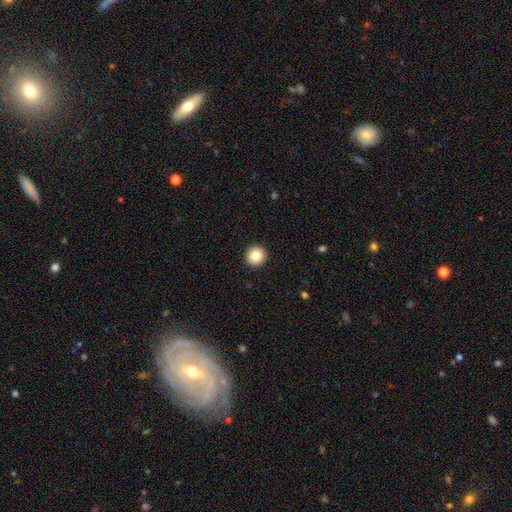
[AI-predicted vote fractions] Smooth or featured? Predicted: smooth (p=0.84). How rounded? Predicted: round (p=0.96). Merging? Predicted: none (p=0.94).